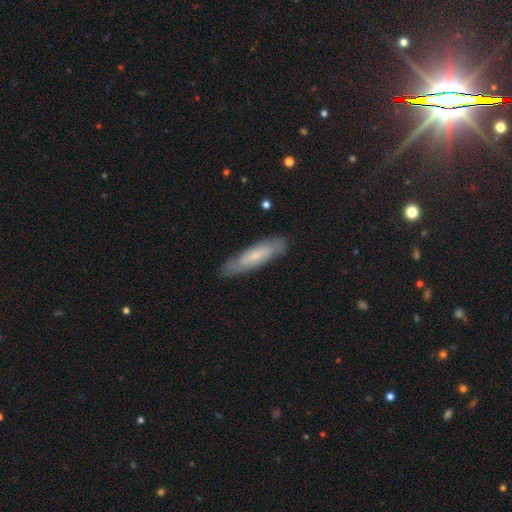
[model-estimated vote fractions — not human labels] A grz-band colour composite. It shows a smooth galaxy with no disk features (55%) that is cigar-shaped (73%). Merging: none (83%).